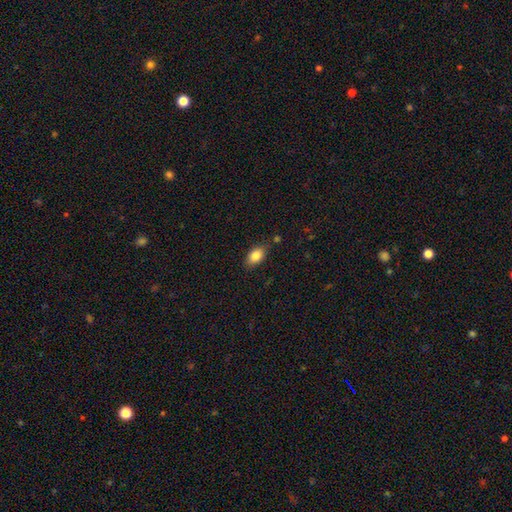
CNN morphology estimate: A smooth galaxy with no disk features (84%) that is in between round and cigar-shaped (86%). Merging: none (77%).